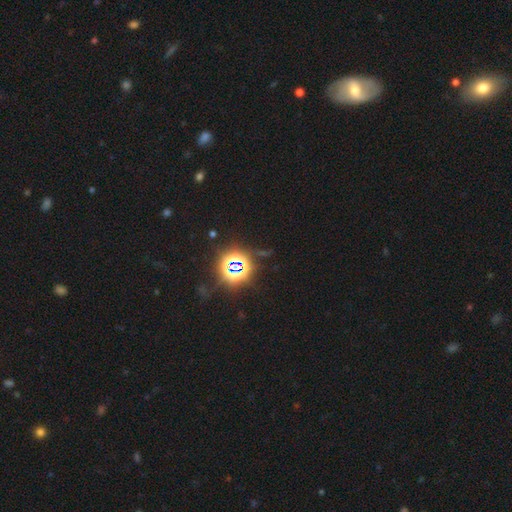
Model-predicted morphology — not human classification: star or artifact 78%, smooth 15%, featured or disk 7%.